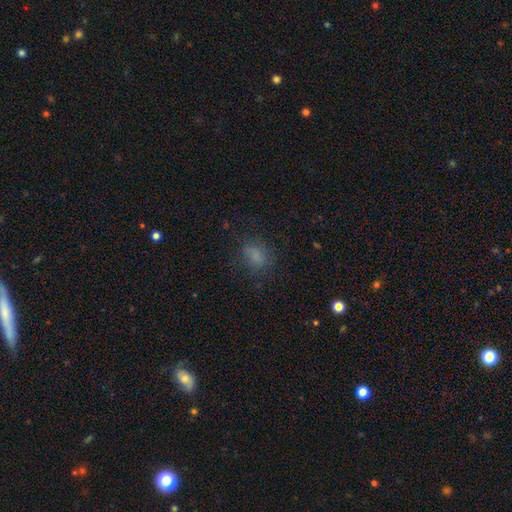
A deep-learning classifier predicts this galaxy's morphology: A smooth galaxy with no disk features (76%) that is in between round and cigar-shaped (65%). Merging: none (70%).